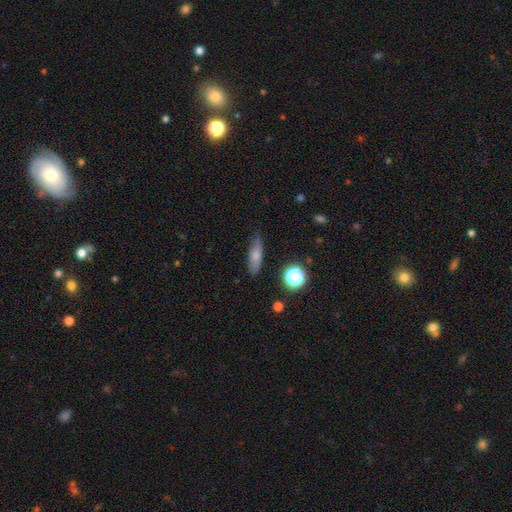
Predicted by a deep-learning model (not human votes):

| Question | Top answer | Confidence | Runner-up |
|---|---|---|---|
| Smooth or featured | smooth | 70% | featured or disk (20%) |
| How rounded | in between | 48% | cigar-shaped (47%) |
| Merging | none | 80% | minor disturbance (15%) |